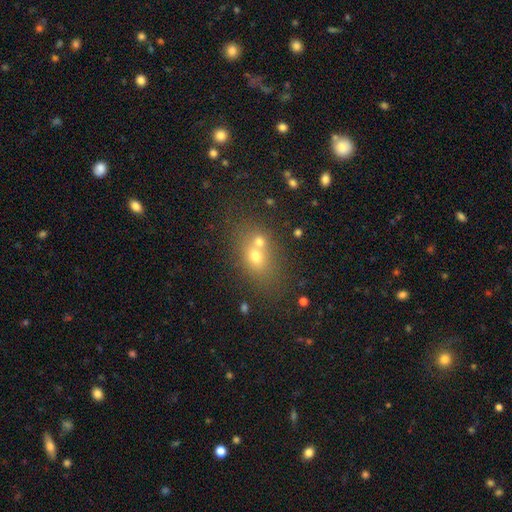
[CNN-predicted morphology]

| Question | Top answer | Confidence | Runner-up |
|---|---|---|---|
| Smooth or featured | smooth | 61% | featured or disk (23%) |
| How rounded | in between | 57% | round (40%) |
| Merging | merger | 48% | none (39%) |